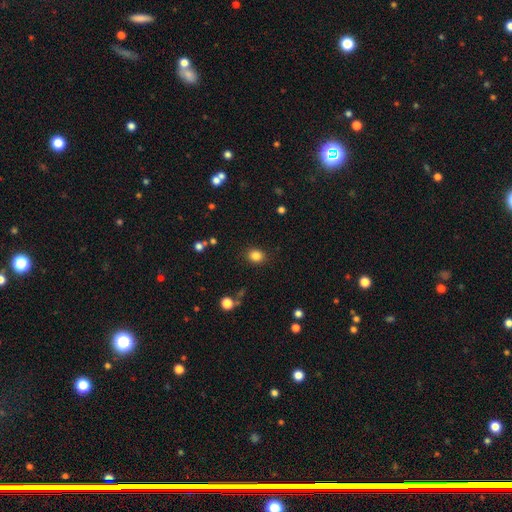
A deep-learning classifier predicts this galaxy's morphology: A smooth galaxy with no disk features (84%) that is round (62%).

Vote fractions:
- Smooth or featured? smooth: 84% / star or artifact: 11% / featured or disk: 5%
- How rounded? round: 62% / in between: 37% / cigar-shaped: 1%
- Merging? none: 88% / minor disturbance: 8% / major disturbance: 3% / merger: 1%